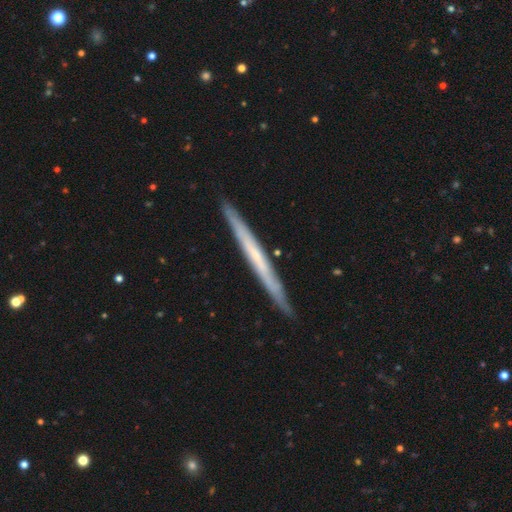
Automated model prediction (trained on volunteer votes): Smooth or featured: featured or disk — 62% (smooth — 32%)
Edge-on disk: yes — 95% (no — 5%)
Edge-on bulge: none — 84% (rounded — 13%)
Merging: none — 90% (minor disturbance — 8%)